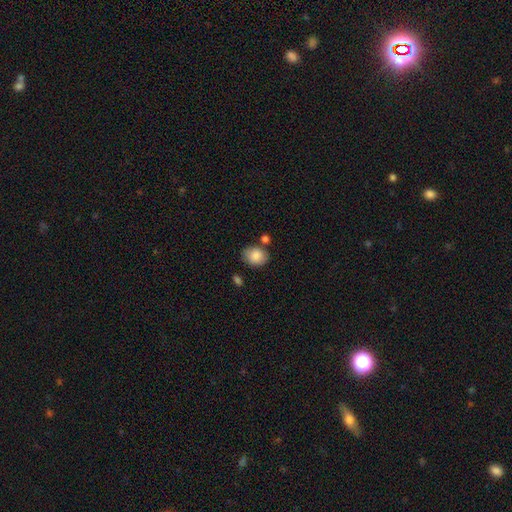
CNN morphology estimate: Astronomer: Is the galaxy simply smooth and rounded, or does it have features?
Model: smooth — 87%.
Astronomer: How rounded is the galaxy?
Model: in between — 53% (runner-up: round, 46%).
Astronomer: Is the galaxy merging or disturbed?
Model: none — 72%.